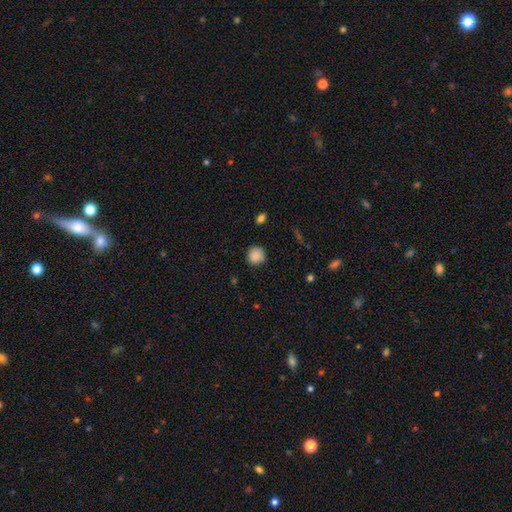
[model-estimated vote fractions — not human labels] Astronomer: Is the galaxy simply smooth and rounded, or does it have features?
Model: smooth — 87%.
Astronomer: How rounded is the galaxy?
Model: round — 91%.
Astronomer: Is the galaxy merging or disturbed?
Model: none — 84%.